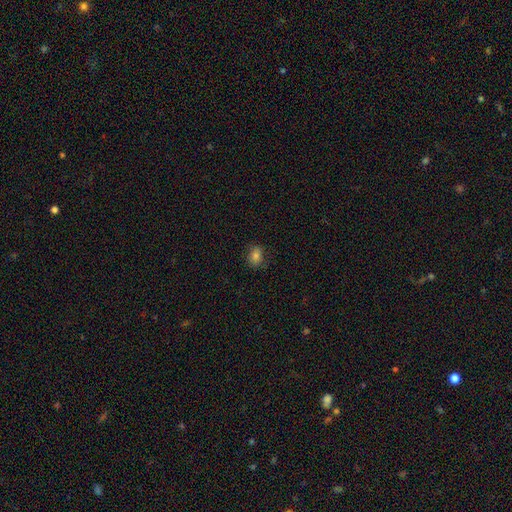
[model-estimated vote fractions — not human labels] Smooth or featured?
  - smooth: 78% *
  - star or artifact: 12%
  - featured or disk: 10%
How rounded?
  - in between: 68% *
  - round: 31%
  - cigar-shaped: 1%
Merging?
  - none: 78% *
  - minor disturbance: 16%
  - major disturbance: 4%
  - merger: 1%